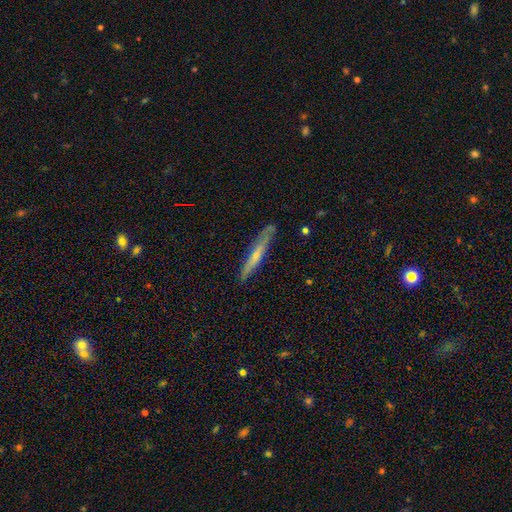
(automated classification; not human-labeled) Q: Smooth or featured?
A: featured or disk (52%); runner-up: smooth (42%)
Q: Edge-on disk?
A: yes (88%); runner-up: no (12%)
Q: Merging?
A: none (81%); runner-up: minor disturbance (15%)